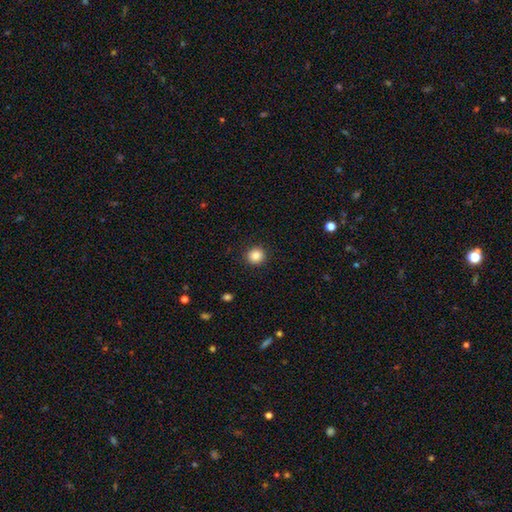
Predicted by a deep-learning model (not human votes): Smooth or featured: smooth — 87% (star or artifact — 10%)
How rounded: round — 91% (in between — 8%)
Merging: none — 91% (minor disturbance — 6%)